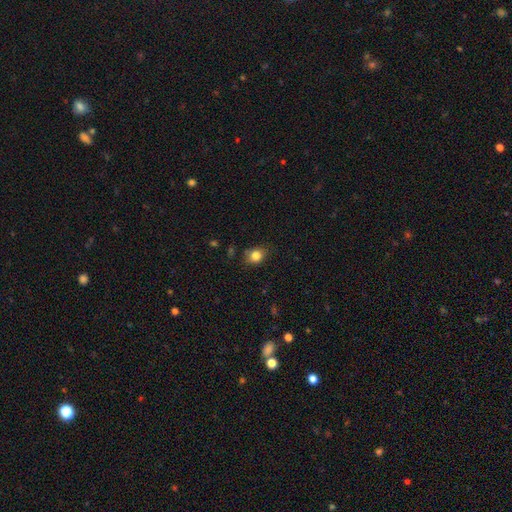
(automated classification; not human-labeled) smooth_or_featured: smooth (p=0.83) [alt: star or artifact p=0.11]
how_rounded: round (p=0.59) [alt: in between p=0.40]
merging: none (p=0.75) [alt: minor disturbance p=0.20]